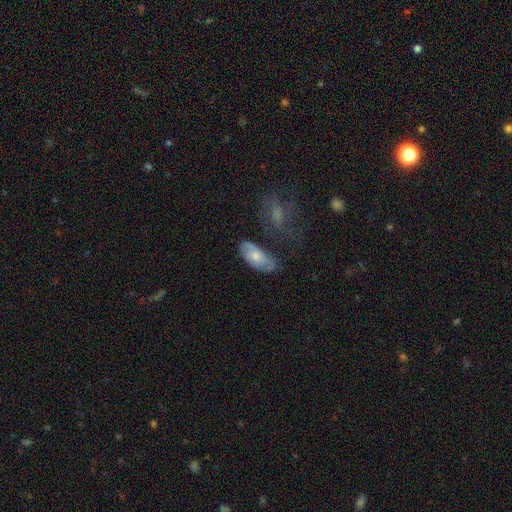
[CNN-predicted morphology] smooth 54%, featured or disk 40%, star or artifact 7%. Down the decision tree: how rounded — in between (87%); merging — none (62%).